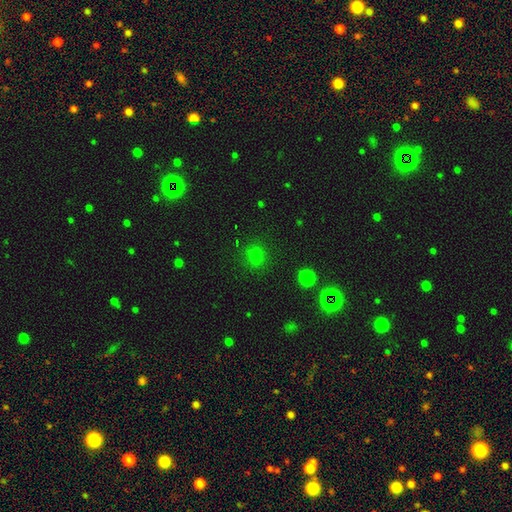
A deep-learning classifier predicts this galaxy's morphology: A smooth galaxy with no disk features (74%) that is round (79%).

Vote fractions:
- Smooth or featured? smooth: 74% / star or artifact: 20% / featured or disk: 6%
- How rounded? round: 79% / in between: 20% / cigar-shaped: 1%
- Merging? none: 85% / minor disturbance: 10% / major disturbance: 3% / merger: 2%